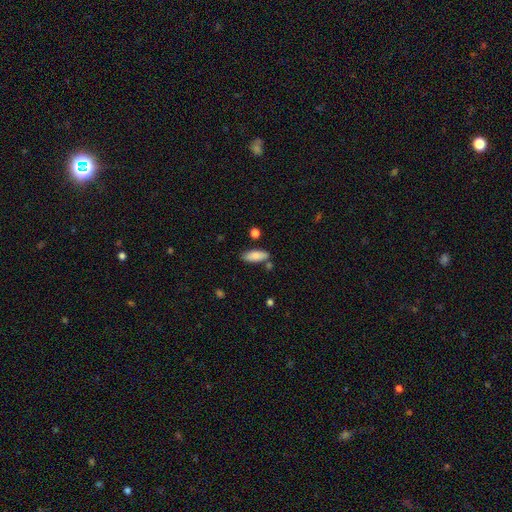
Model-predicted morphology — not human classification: Smooth or featured?
  - smooth: 85% *
  - featured or disk: 9%
  - star or artifact: 6%
How rounded?
  - in between: 73% *
  - cigar-shaped: 25%
  - round: 2%
Merging?
  - none: 76% *
  - minor disturbance: 14%
  - merger: 7%
  - major disturbance: 3%